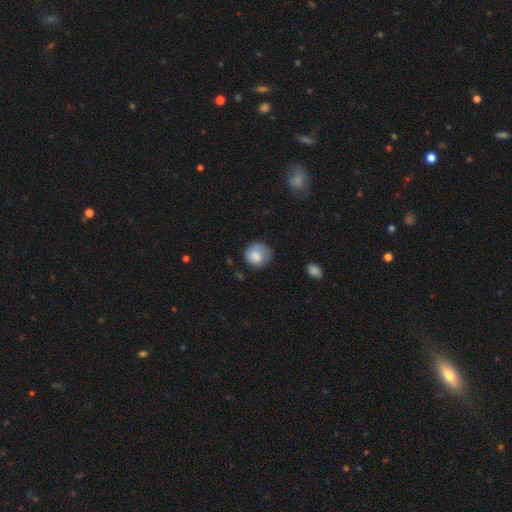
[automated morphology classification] A smooth galaxy with no disk features (80%) that is round (85%).

Vote fractions:
- Smooth or featured? smooth: 80% / featured or disk: 12% / star or artifact: 8%
- How rounded? round: 85% / in between: 14% / cigar-shaped: 1%
- Merging? none: 62% / minor disturbance: 26% / major disturbance: 10% / merger: 2%